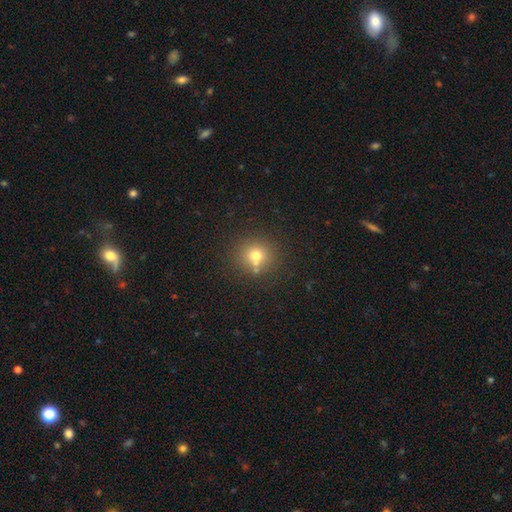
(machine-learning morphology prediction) This appears to be a smooth galaxy with no disk features (69%) that is round (89%). Merging: none (69%).